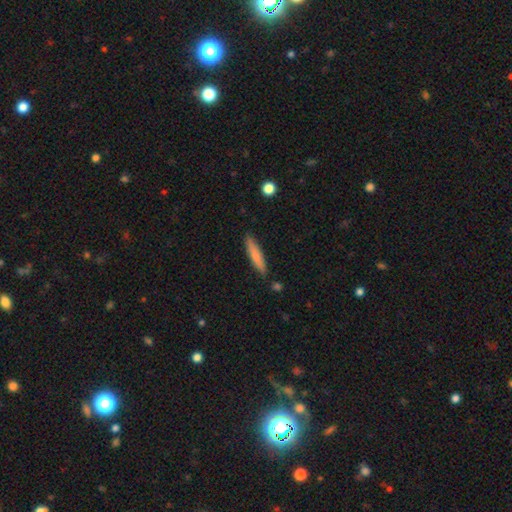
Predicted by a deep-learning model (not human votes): This appears to be a smooth galaxy with no disk features (77%) that is cigar-shaped (89%). Merging: none (86%).